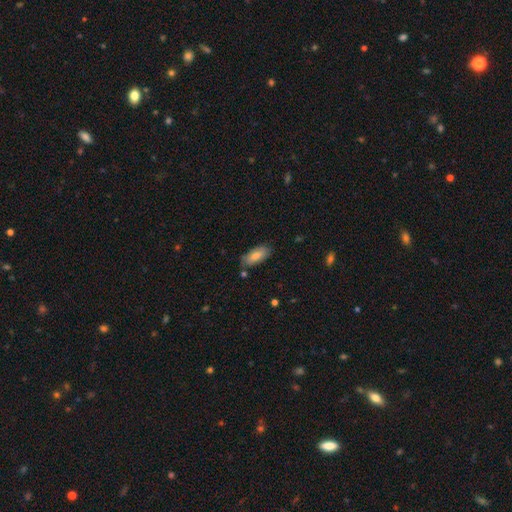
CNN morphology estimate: Q: Smooth or featured?
A: smooth (75%); runner-up: featured or disk (18%)
Q: How rounded?
A: in between (86%); runner-up: cigar-shaped (12%)
Q: Merging?
A: none (75%); runner-up: minor disturbance (18%)